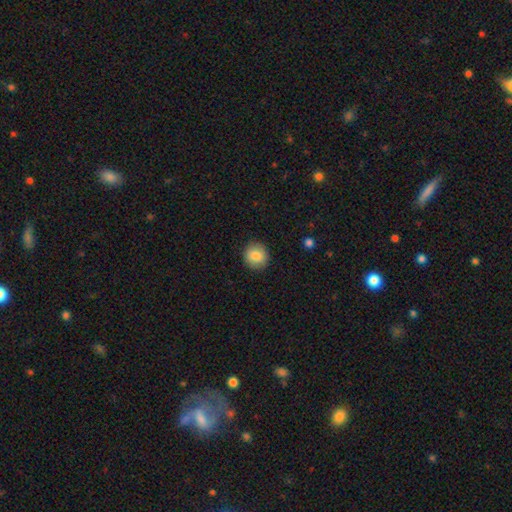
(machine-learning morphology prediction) The model was most divided on "smooth or featured": smooth: 84%, star or artifact: 8%, featured or disk: 7%. More confident: merging — none (90%); how rounded — round (90%).